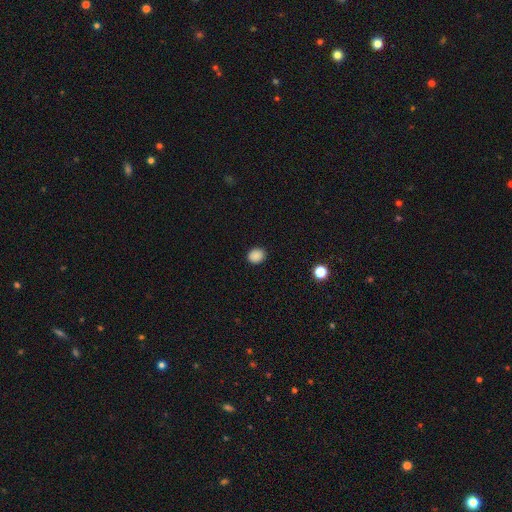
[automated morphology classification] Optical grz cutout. It shows a smooth galaxy with no disk features (87%) that is round (63%). Merging: none (91%).